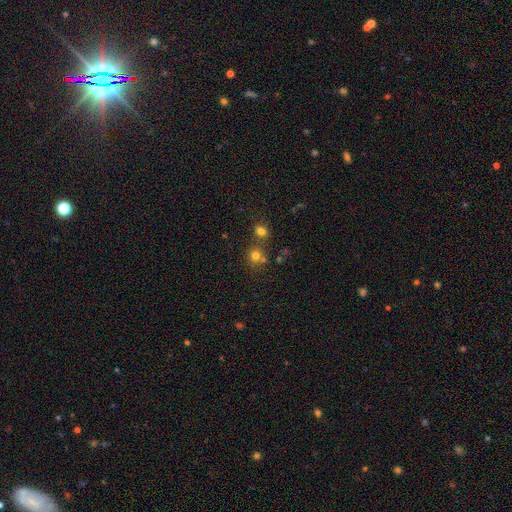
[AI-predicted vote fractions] Morphology: type=smooth (71%); roundness=round (83%); merging=none (55%).